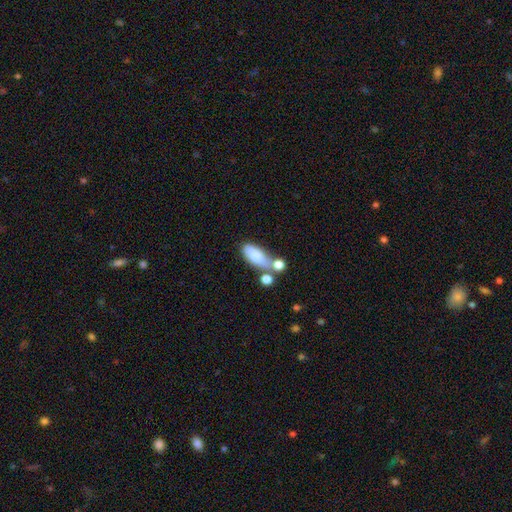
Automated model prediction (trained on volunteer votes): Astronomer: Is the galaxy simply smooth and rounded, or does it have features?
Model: smooth — 75%.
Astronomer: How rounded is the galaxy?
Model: in between — 72%.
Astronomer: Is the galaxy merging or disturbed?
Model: none — 37% (runner-up: merger, 33%).